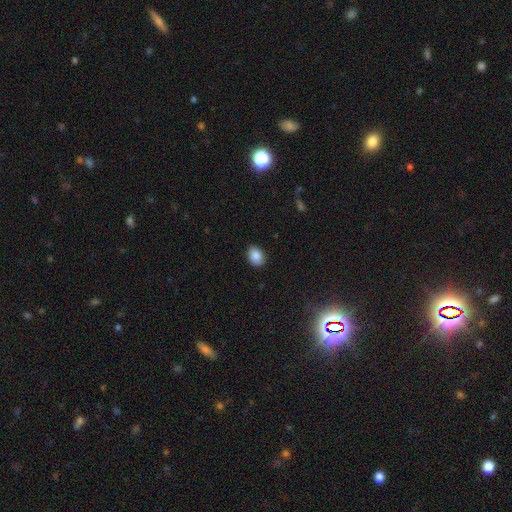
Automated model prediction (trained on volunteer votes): Smooth or featured: smooth — 87% (star or artifact — 9%)
How rounded: in between — 67% (round — 32%)
Merging: none — 88% (minor disturbance — 9%)